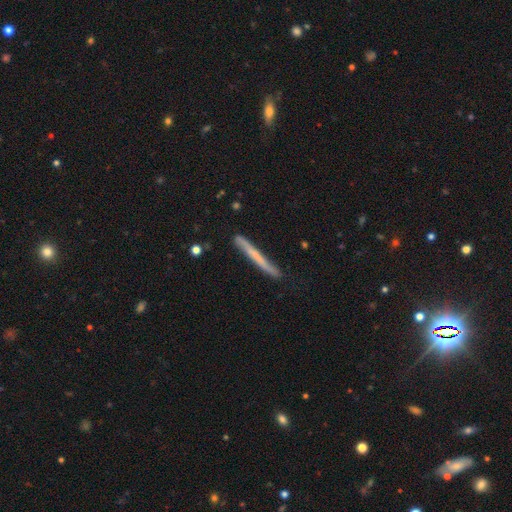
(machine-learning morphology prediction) smooth 53%, featured or disk 41%, star or artifact 6%. Down the decision tree: how rounded — cigar-shaped (97%); merging — none (84%).